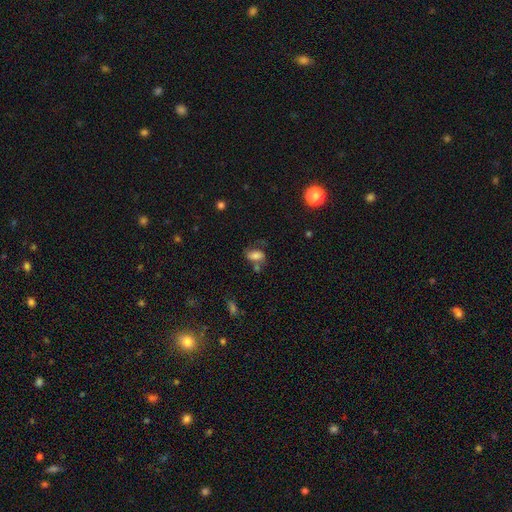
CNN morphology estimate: Overall: smooth (69%). How rounded: in between (87%). Merging: none (46%; minor disturbance 23%).